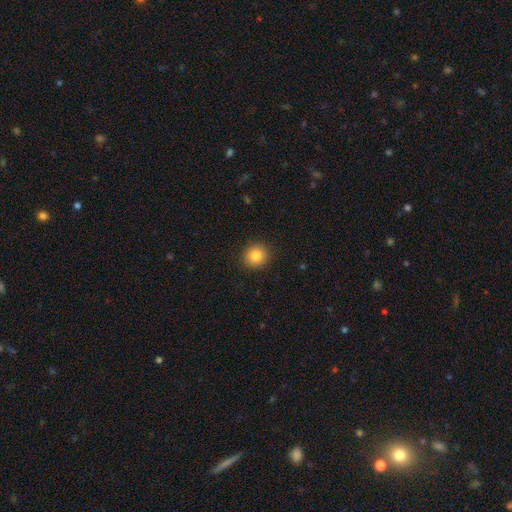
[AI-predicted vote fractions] Smooth or featured: smooth — 84% (star or artifact — 10%)
How rounded: round — 90% (in between — 9%)
Merging: none — 92% (minor disturbance — 6%)